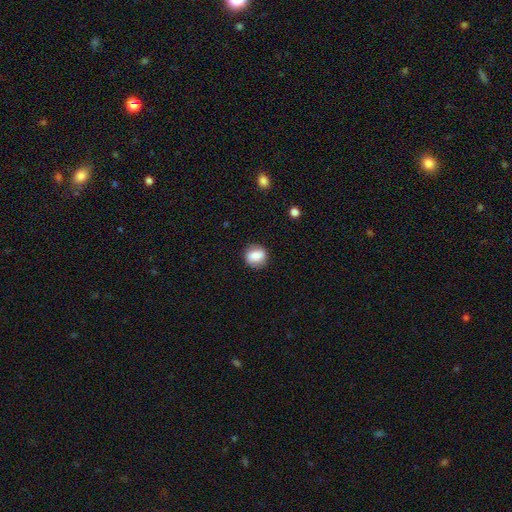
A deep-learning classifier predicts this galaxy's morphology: A smooth galaxy with no disk features (80%) that is round (70%). Merging: none (84%).